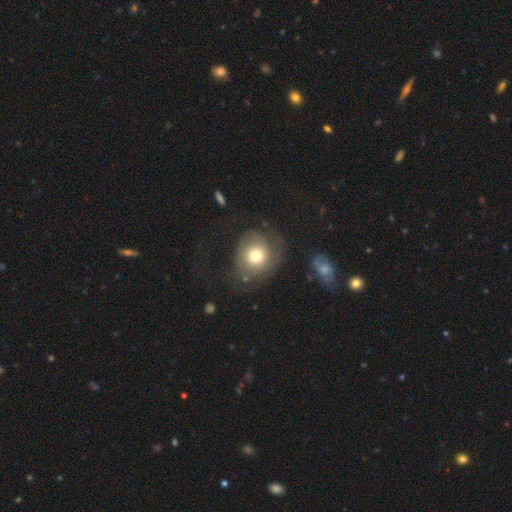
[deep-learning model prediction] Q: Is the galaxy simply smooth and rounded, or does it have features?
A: smooth — 63%.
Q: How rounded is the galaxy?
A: round — 70%.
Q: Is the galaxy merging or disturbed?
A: none — 58%.